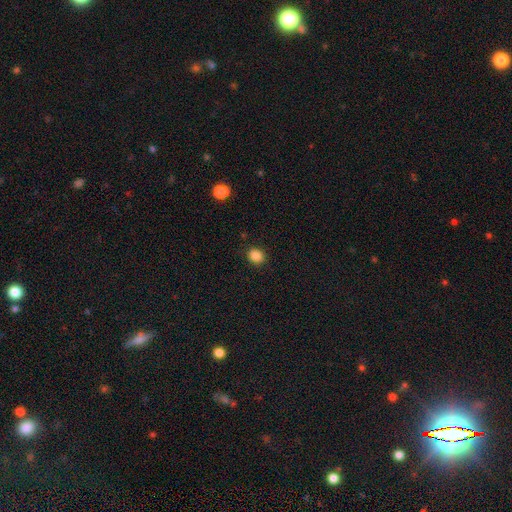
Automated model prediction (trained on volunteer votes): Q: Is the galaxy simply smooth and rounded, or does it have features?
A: smooth — 86%.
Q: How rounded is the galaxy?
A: round — 72%.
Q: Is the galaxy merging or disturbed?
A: none — 90%.